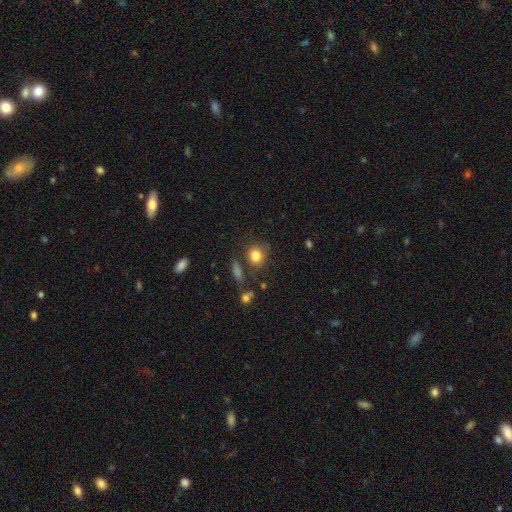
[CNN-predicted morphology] A smooth galaxy with no disk features (83%) that is round (75%).

Vote fractions:
- Smooth or featured? smooth: 83% / star or artifact: 10% / featured or disk: 7%
- How rounded? round: 75% / in between: 23% / cigar-shaped: 1%
- Merging? none: 70% / minor disturbance: 16% / merger: 8% / major disturbance: 6%